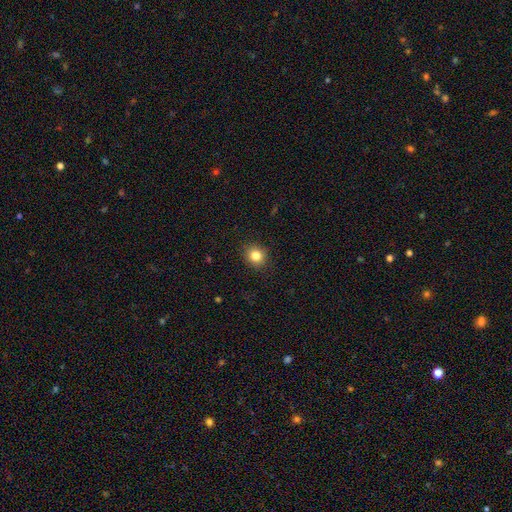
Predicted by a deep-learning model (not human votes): smooth_or_featured: smooth (p=0.83) [alt: star or artifact p=0.11]
how_rounded: round (p=0.84) [alt: in between p=0.15]
merging: none (p=0.90) [alt: minor disturbance p=0.07]